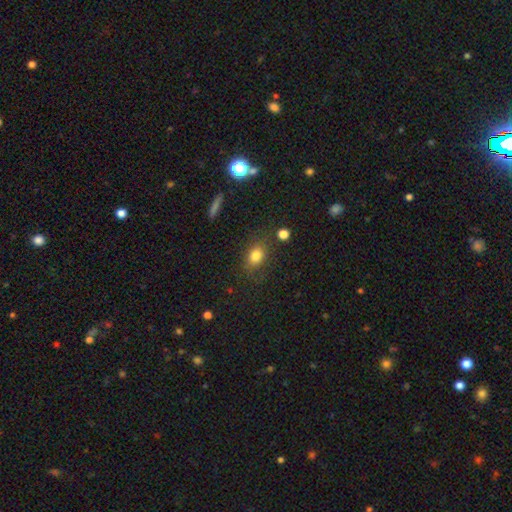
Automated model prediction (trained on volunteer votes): A smooth galaxy with no disk features (80%) that is in between round and cigar-shaped (65%). Merging: none (76%).